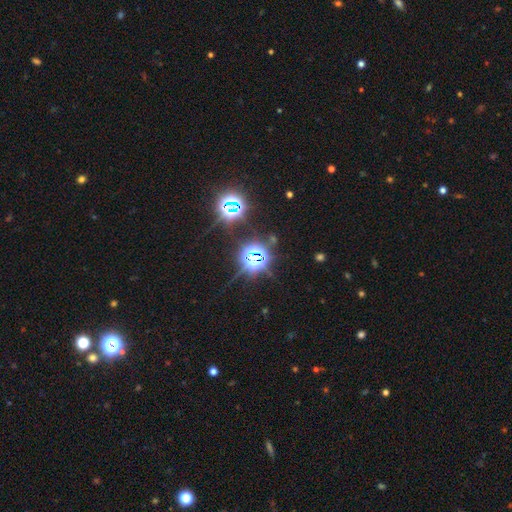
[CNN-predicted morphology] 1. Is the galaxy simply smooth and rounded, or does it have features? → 82% star or artifact, 10% smooth, 8% featured or disk.